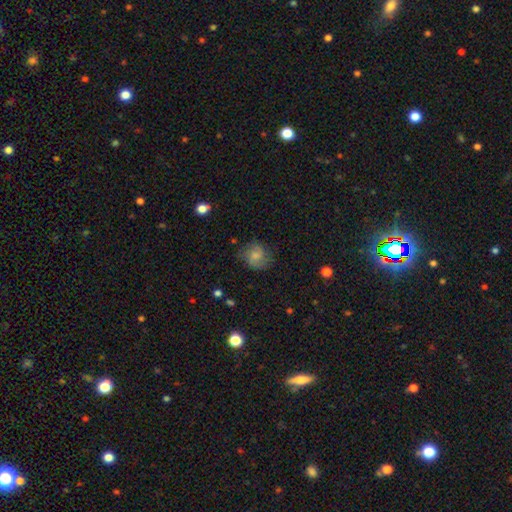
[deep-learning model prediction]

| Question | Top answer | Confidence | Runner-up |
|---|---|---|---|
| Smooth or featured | smooth | 59% | featured or disk (32%) |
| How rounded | round | 77% | in between (22%) |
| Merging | none | 69% | minor disturbance (21%) |